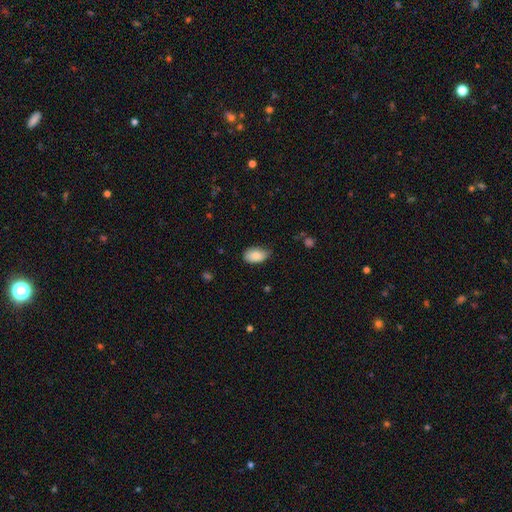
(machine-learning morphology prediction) Smooth or featured? smooth (86%)
How rounded? in between (93%)
Merging? none (66%)